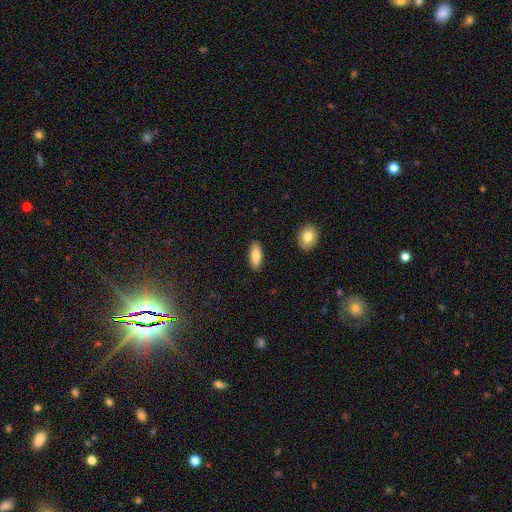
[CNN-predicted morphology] This appears to be a smooth galaxy with no disk features (81%) that is in between round and cigar-shaped (78%). Merging: none (89%).